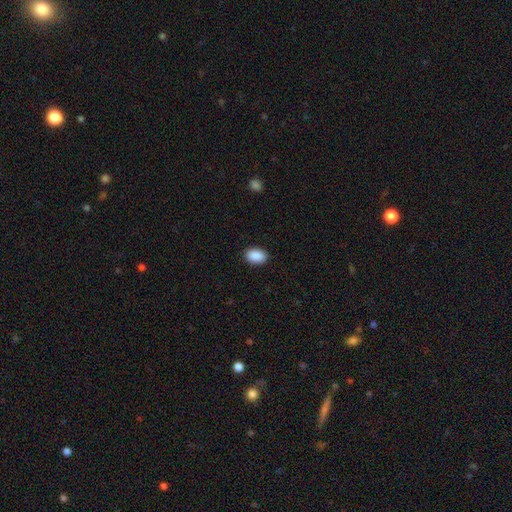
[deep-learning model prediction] Overall: smooth (91%). How rounded: in between (90%). Merging: none (90%).